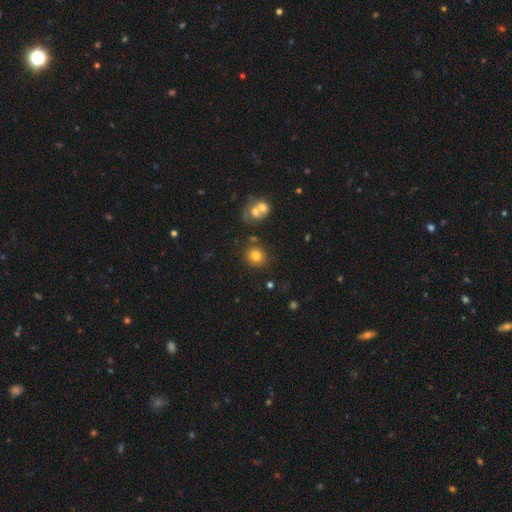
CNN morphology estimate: type=smooth (78%); roundness=round (86%); merging=none (80%).